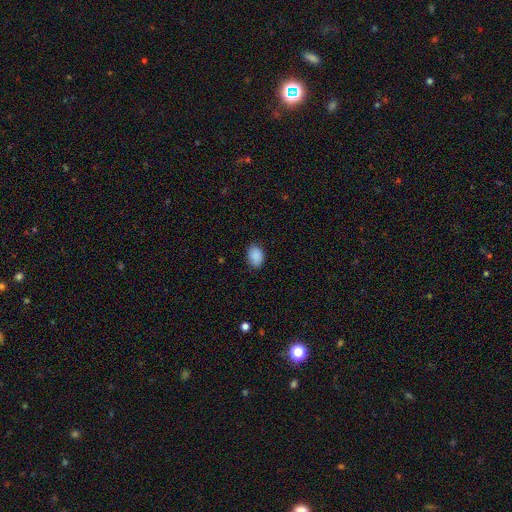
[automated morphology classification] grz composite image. It shows a smooth galaxy with no disk features (89%) that is in between round and cigar-shaped (80%). Merging: none (83%).